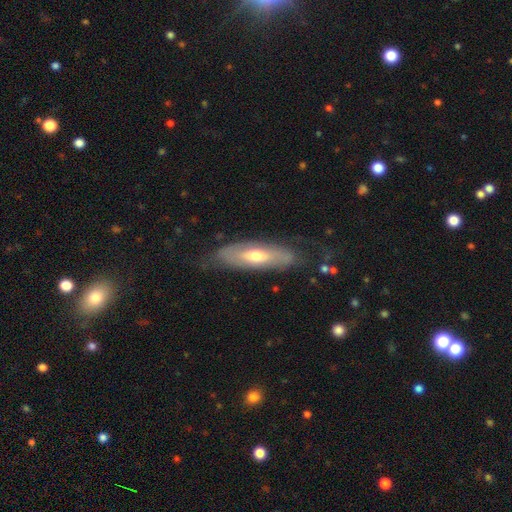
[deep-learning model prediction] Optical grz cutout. It shows a featured or disk galaxy (58%). Merging: none (71%).